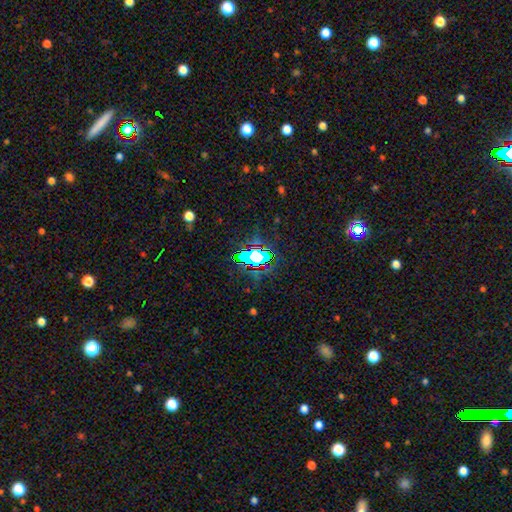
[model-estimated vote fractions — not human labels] star or artifact 60%, smooth 26%, featured or disk 14%.